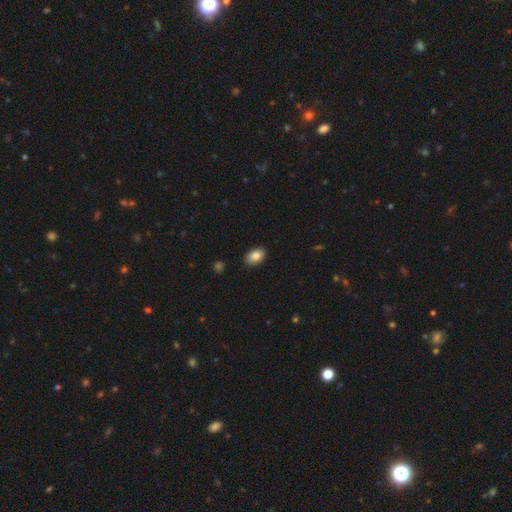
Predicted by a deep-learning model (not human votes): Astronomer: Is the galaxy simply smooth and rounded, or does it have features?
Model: smooth — 85%.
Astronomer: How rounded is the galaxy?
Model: in between — 87%.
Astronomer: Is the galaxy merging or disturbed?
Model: none — 86%.